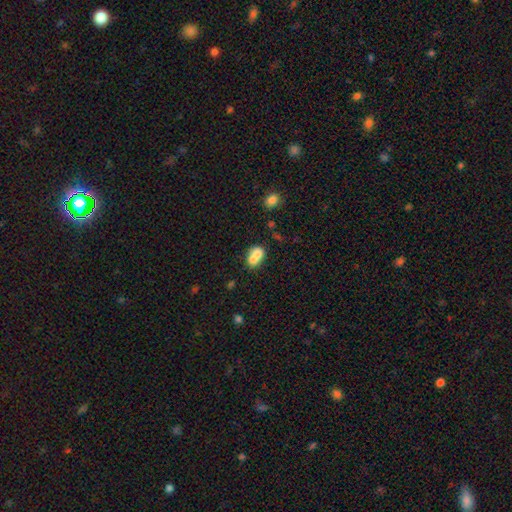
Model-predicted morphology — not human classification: This appears to be a smooth galaxy with no disk features (72%) that is in between round and cigar-shaped (60%). Merging: merger (63%).